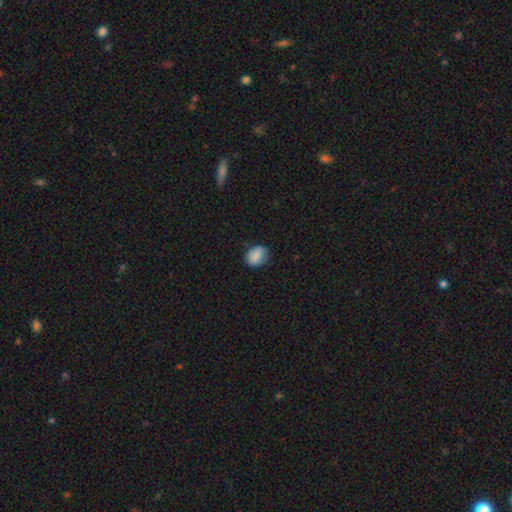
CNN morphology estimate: Smooth or featured? Predicted: smooth (p=0.85). How rounded? Predicted: in between (p=0.56). Merging? Predicted: none (p=0.70).